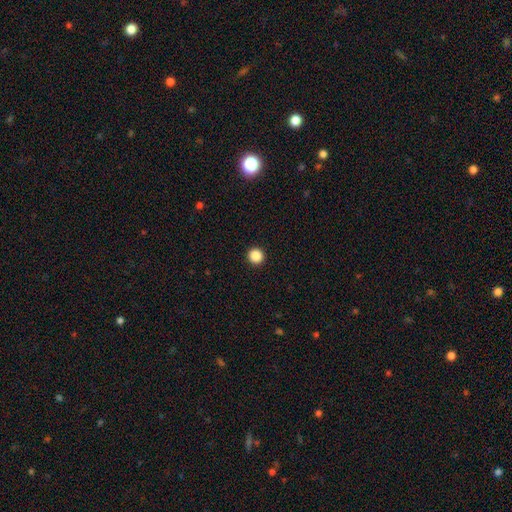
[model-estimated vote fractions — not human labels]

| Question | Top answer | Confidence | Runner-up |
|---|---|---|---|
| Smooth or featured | smooth | 87% | star or artifact (10%) |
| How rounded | round | 95% | in between (4%) |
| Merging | none | 94% | minor disturbance (4%) |